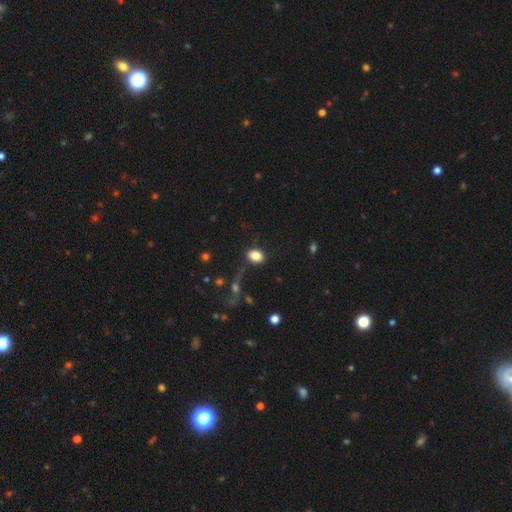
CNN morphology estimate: type=smooth (84%); roundness=in between (73%); merging=none (71%).